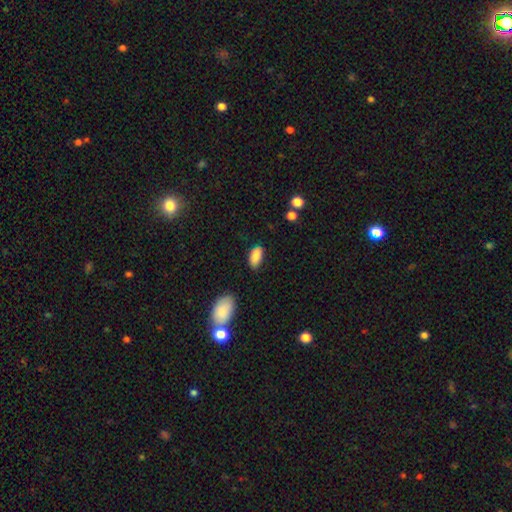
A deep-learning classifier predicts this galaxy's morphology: This is clearly a smooth galaxy (87%). How rounded: clearly in between (93%). Merging: likely none (75%).